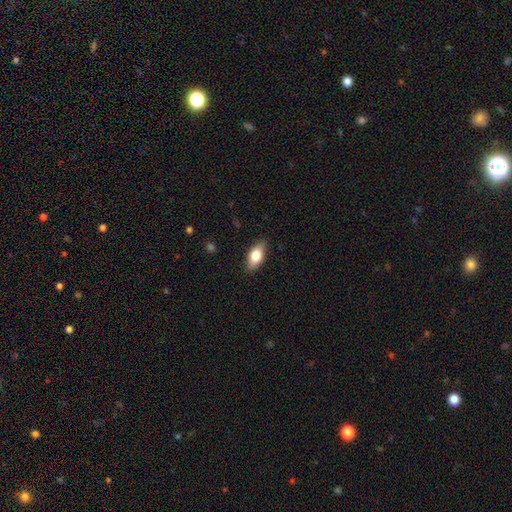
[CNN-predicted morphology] Smooth or featured: smooth — 77% (featured or disk — 16%)
How rounded: in between — 87% (cigar-shaped — 9%)
Merging: none — 85% (minor disturbance — 12%)